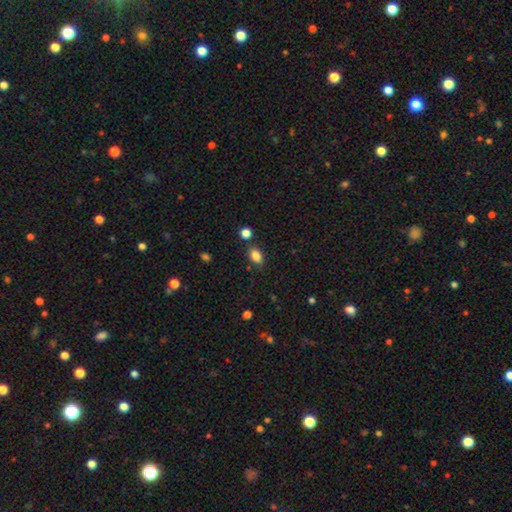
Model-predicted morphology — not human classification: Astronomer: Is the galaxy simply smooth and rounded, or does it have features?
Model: smooth — 85%.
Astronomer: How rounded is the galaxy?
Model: in between — 85%.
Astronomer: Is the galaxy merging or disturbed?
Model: none — 79%.